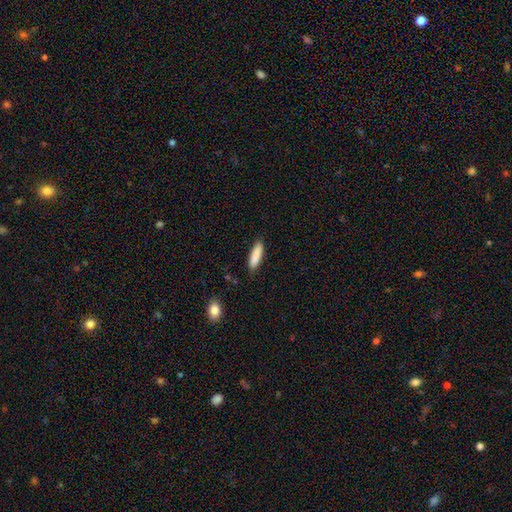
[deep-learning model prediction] Smooth or featured? smooth (87%)
How rounded? cigar-shaped (66%)
Merging? none (85%)